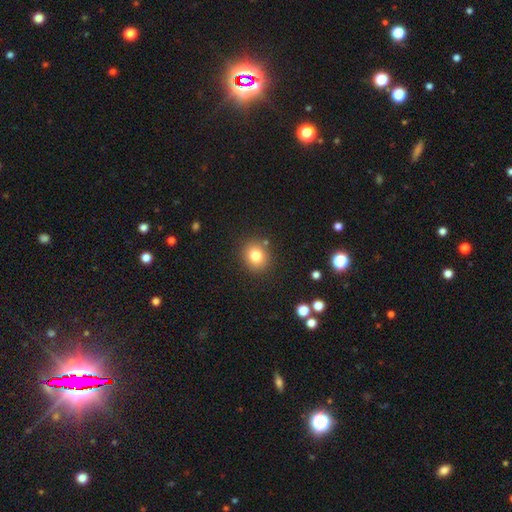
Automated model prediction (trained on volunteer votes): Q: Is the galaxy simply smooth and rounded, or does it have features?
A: smooth — 80%.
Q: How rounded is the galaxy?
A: round — 76%.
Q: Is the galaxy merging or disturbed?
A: none — 86%.